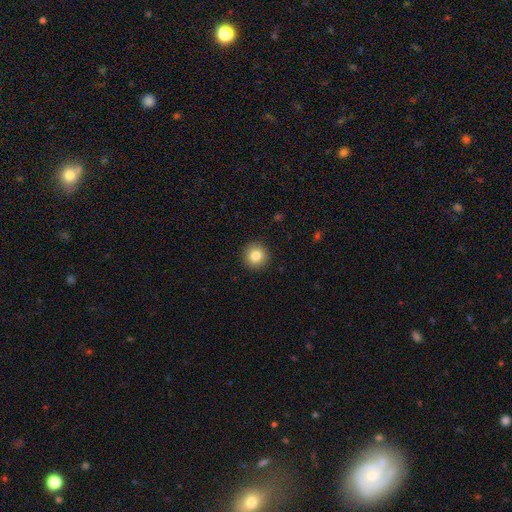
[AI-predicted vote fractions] Smooth or featured? Predicted: smooth (p=0.83). How rounded? Predicted: round (p=0.95). Merging? Predicted: none (p=0.93).